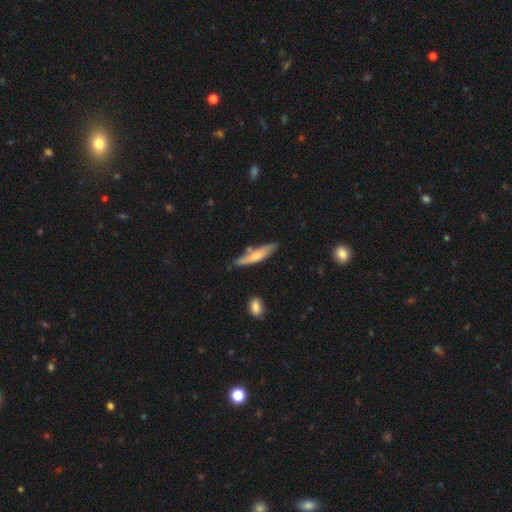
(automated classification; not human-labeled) Smooth or featured?
  - smooth: 56% *
  - featured or disk: 39%
  - star or artifact: 5%
How rounded?
  - cigar-shaped: 79% *
  - in between: 19%
  - round: 2%
Merging?
  - none: 68% *
  - minor disturbance: 20%
  - merger: 8%
  - major disturbance: 4%